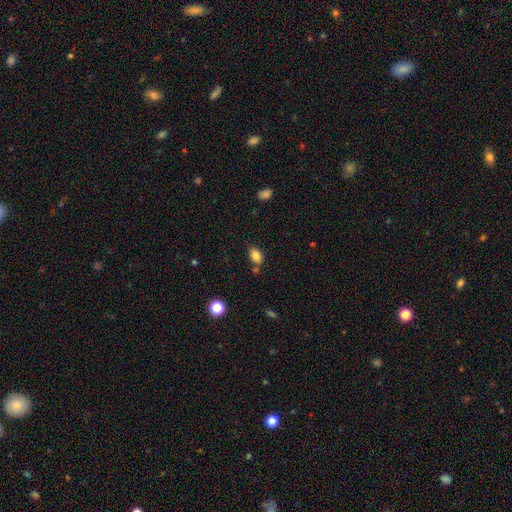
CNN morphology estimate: smooth-or-featured: smooth: 83% | star or artifact: 10% | featured or disk: 7%
  how-rounded: in between: 85% | round: 14% | cigar-shaped: 2%
  merging: none: 67% | minor disturbance: 16% | merger: 13% | major disturbance: 4%